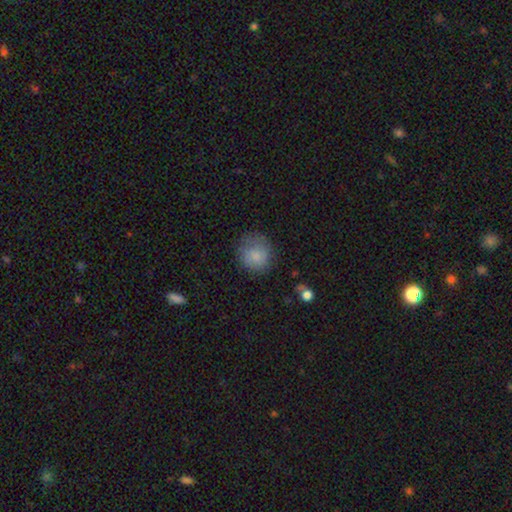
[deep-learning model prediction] A smooth galaxy with no disk features (81%) that is round (85%).

Vote fractions:
- Smooth or featured? smooth: 81% / featured or disk: 10% / star or artifact: 8%
- How rounded? round: 85% / in between: 14% / cigar-shaped: 1%
- Merging? none: 67% / minor disturbance: 22% / major disturbance: 9% / merger: 2%